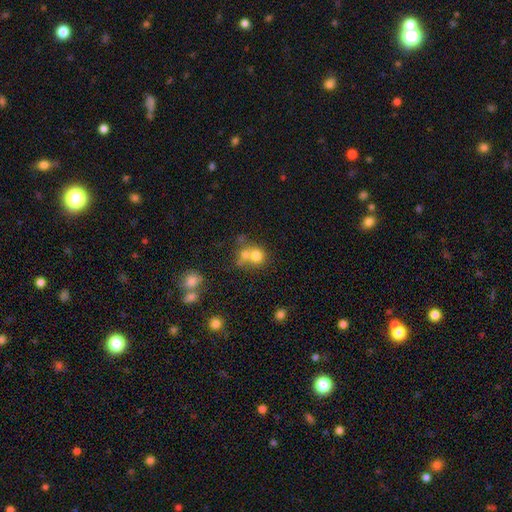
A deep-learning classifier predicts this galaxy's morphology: type=smooth (72%); roundness=round (79%); merging=merger (51%).